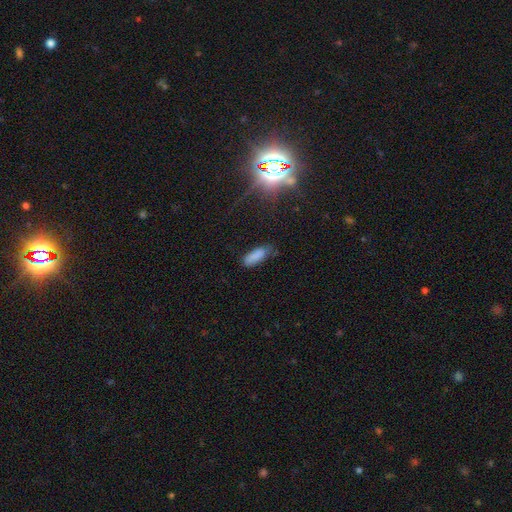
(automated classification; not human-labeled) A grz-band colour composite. It shows a smooth galaxy with no disk features (84%) that is in between round and cigar-shaped (70%). Merging: none (62%).